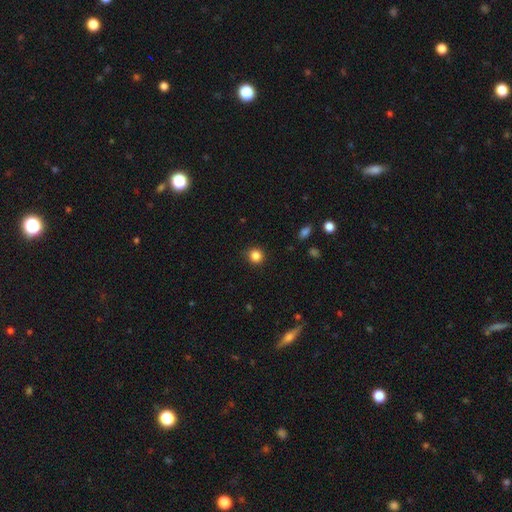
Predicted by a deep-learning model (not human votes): Overall: smooth (85%). How rounded: round (90%). Merging: none (88%).